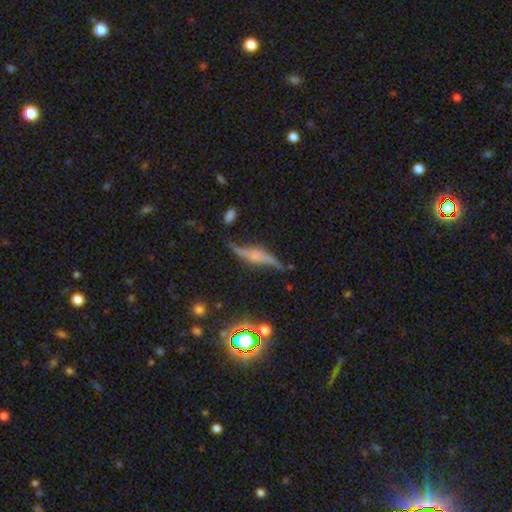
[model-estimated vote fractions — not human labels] smooth_or_featured: featured or disk (p=0.75) [alt: smooth p=0.15]
disk_edge_on: yes (p=0.66) [alt: no p=0.34]
merging: none (p=0.61) [alt: minor disturbance p=0.24]